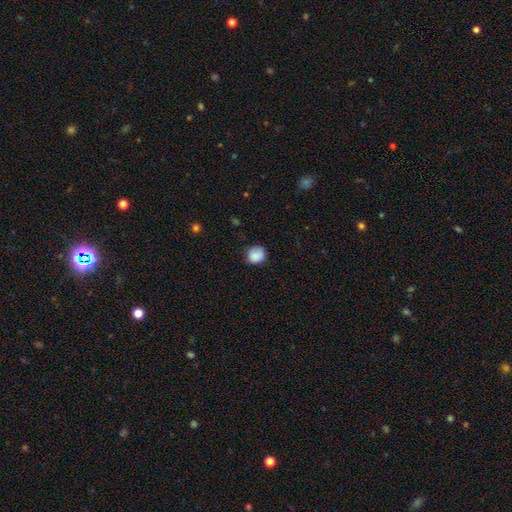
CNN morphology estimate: A smooth galaxy with no disk features (87%) that is round (80%).

Vote fractions:
- Smooth or featured? smooth: 87% / star or artifact: 8% / featured or disk: 5%
- How rounded? round: 80% / in between: 19% / cigar-shaped: 1%
- Merging? none: 73% / minor disturbance: 21% / major disturbance: 4% / merger: 1%